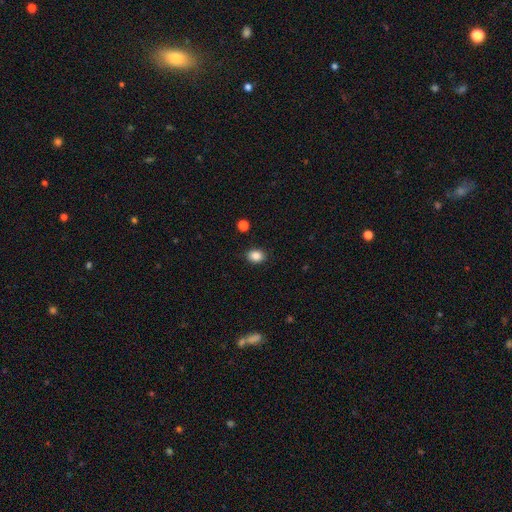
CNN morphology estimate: Smooth or featured?
  - smooth: 87% *
  - star or artifact: 10%
  - featured or disk: 4%
How rounded?
  - in between: 58% *
  - round: 41%
  - cigar-shaped: 1%
Merging?
  - none: 87% *
  - minor disturbance: 9%
  - major disturbance: 2%
  - merger: 2%